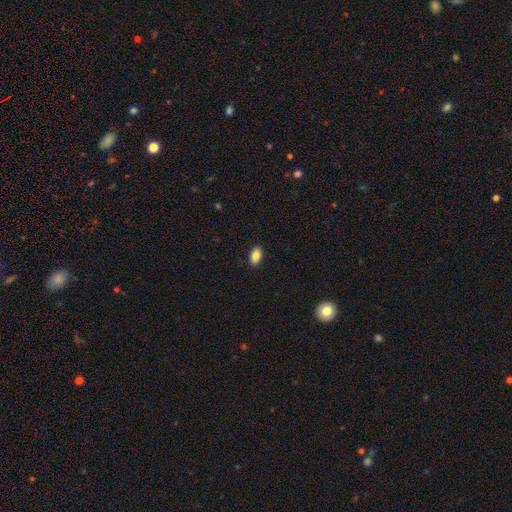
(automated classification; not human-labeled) A smooth galaxy with no disk features (87%) that is in between round and cigar-shaped (92%).

Vote fractions:
- Smooth or featured? smooth: 87% / star or artifact: 8% / featured or disk: 5%
- How rounded? in between: 92% / round: 5% / cigar-shaped: 3%
- Merging? none: 89% / minor disturbance: 8% / major disturbance: 2% / merger: 1%